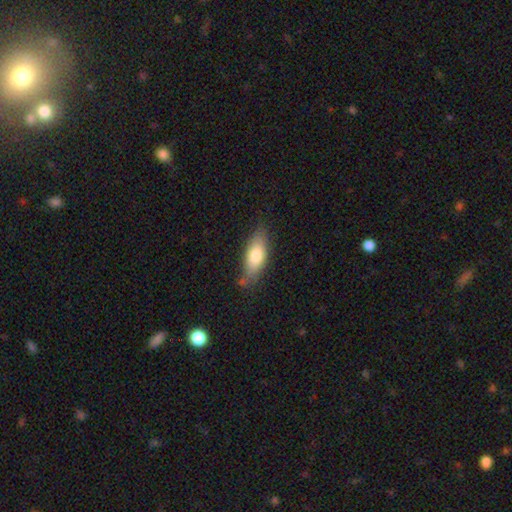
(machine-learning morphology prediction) smooth_or_featured: smooth (p=0.76) [alt: featured or disk p=0.17]
how_rounded: in between (p=0.74) [alt: cigar-shaped p=0.24]
merging: none (p=0.72) [alt: minor disturbance p=0.20]